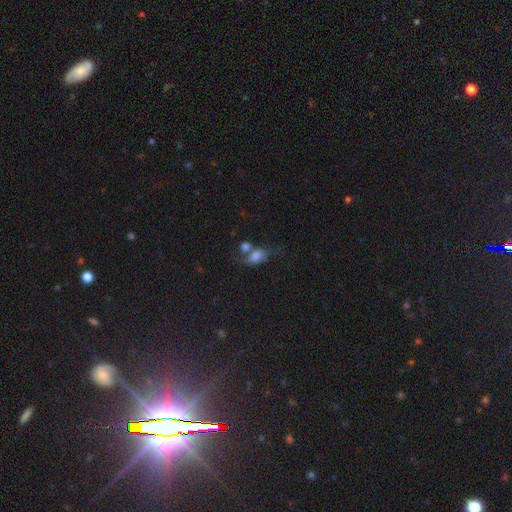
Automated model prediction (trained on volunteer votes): Smooth or featured? Predicted: smooth (p=0.71). How rounded? Predicted: in between (p=0.72). Merging? Predicted: merger (p=0.43).